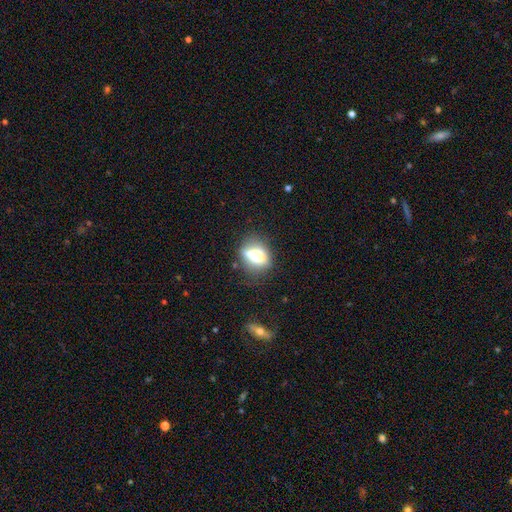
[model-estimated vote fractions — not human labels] smooth-or-featured: smooth: 62% | featured or disk: 27% | star or artifact: 11%
  how-rounded: in between: 57% | round: 36% | cigar-shaped: 7%
  merging: none: 67% | minor disturbance: 20% | major disturbance: 8% | merger: 5%